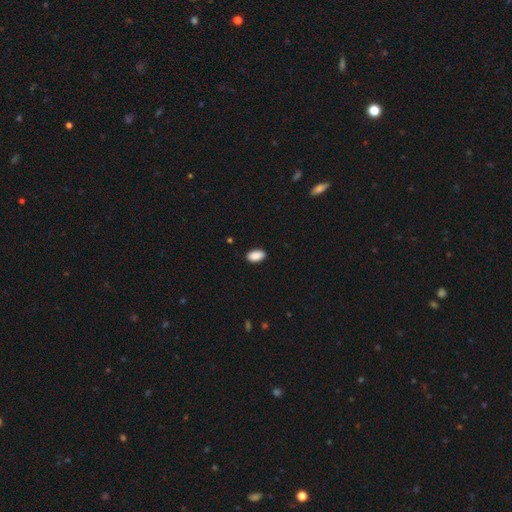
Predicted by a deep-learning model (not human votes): This appears to be a smooth galaxy with no disk features (90%) that is in between round and cigar-shaped (94%). Merging: none (88%).